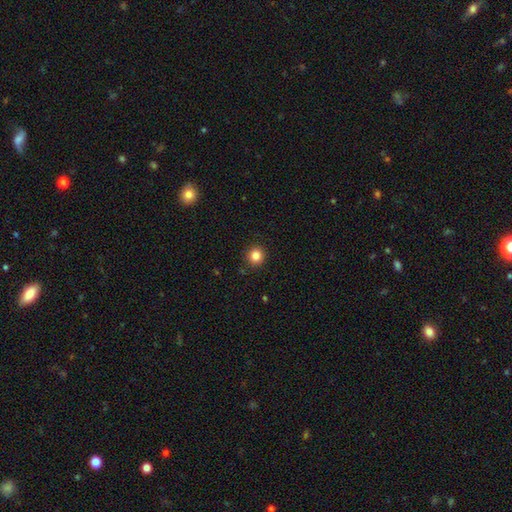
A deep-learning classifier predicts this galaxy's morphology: A smooth galaxy with no disk features (84%) that is round (92%).

Vote fractions:
- Smooth or featured? smooth: 84% / star or artifact: 11% / featured or disk: 5%
- How rounded? round: 92% / in between: 7% / cigar-shaped: 1%
- Merging? none: 91% / minor disturbance: 6% / major disturbance: 2% / merger: 1%